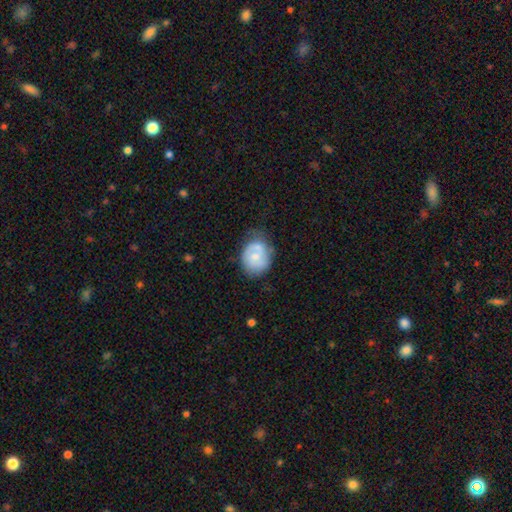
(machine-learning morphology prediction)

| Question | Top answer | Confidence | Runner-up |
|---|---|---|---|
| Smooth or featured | smooth | 57% | featured or disk (36%) |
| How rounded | round | 59% | in between (40%) |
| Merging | none | 51% | minor disturbance (31%) |